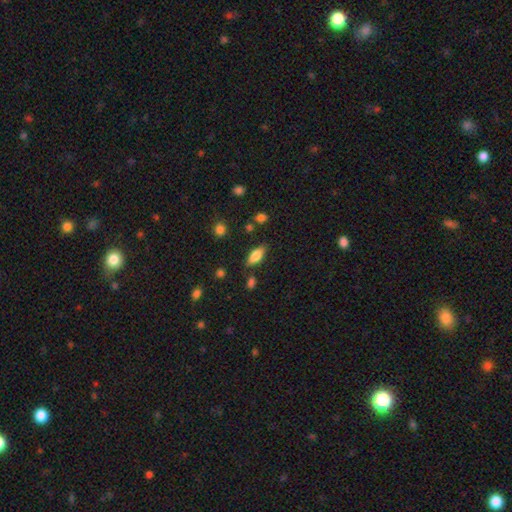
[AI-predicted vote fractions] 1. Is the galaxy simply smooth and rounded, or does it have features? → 72% smooth, 20% featured or disk, 8% star or artifact.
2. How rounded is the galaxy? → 79% in between, 18% cigar-shaped, 3% round.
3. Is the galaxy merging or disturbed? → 80% none, 13% minor disturbance, 4% merger, 3% major disturbance.